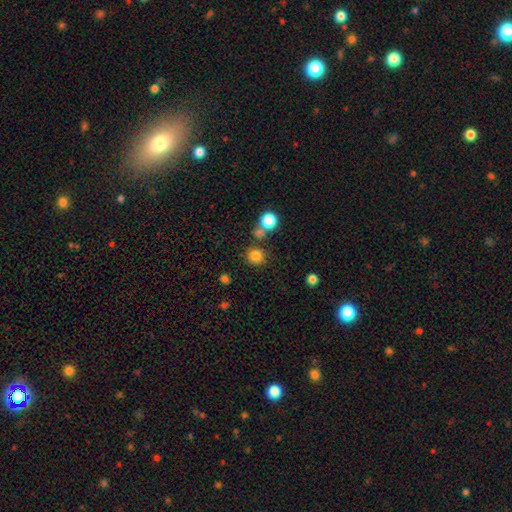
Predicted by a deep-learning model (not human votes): smooth-or-featured: smooth: 81% | star or artifact: 14% | featured or disk: 5%
  how-rounded: round: 92% | in between: 7% | cigar-shaped: 1%
  merging: none: 78% | merger: 11% | minor disturbance: 8% | major disturbance: 3%